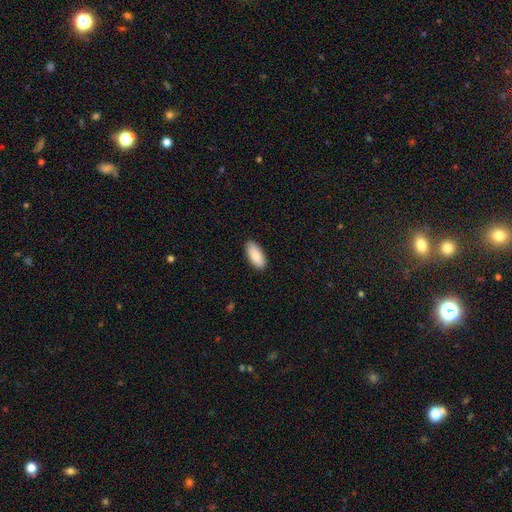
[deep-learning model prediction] Q: Smooth or featured?
A: smooth (86%); runner-up: featured or disk (8%)
Q: How rounded?
A: in between (88%); runner-up: cigar-shaped (10%)
Q: Merging?
A: none (89%); runner-up: minor disturbance (8%)